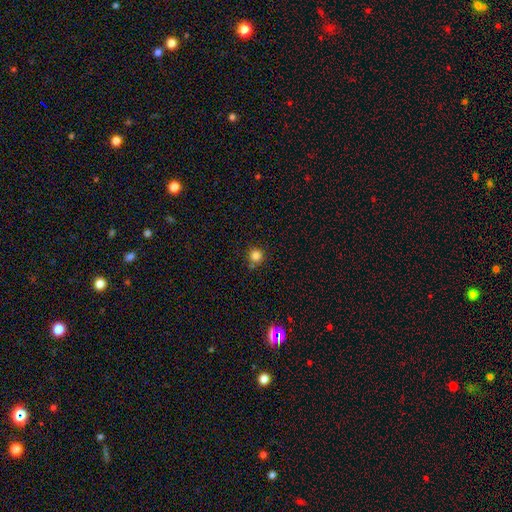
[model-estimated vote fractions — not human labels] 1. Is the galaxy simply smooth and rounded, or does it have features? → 82% smooth, 13% star or artifact, 4% featured or disk.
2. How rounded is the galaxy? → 94% round, 5% in between, 1% cigar-shaped.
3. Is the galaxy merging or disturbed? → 82% none, 10% minor disturbance, 5% merger, 3% major disturbance.